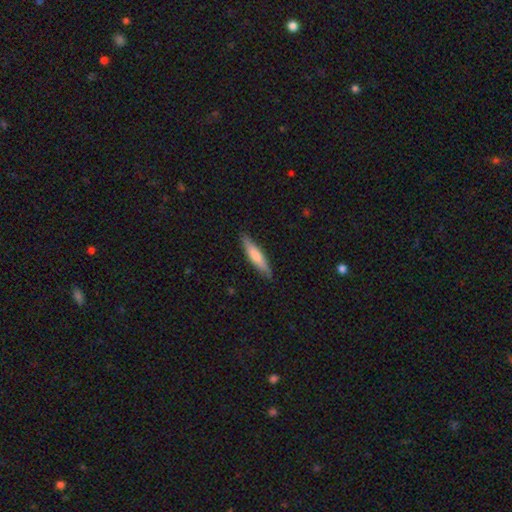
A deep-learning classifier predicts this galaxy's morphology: Smooth or featured? smooth (70%)
How rounded? cigar-shaped (84%)
Merging? none (88%)